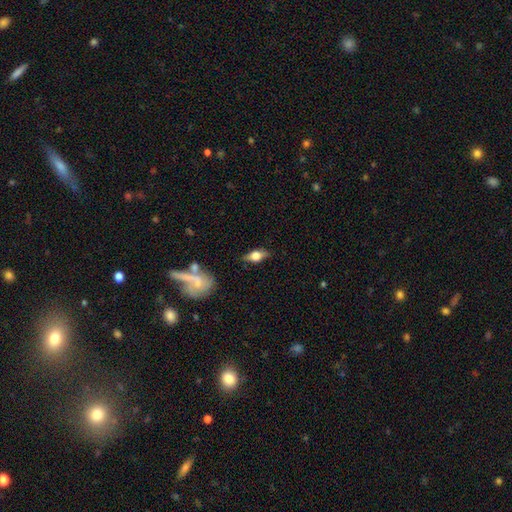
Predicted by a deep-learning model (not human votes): Q: Smooth or featured?
A: smooth (49%); runner-up: featured or disk (43%)
Q: Merging?
A: none (79%); runner-up: minor disturbance (15%)